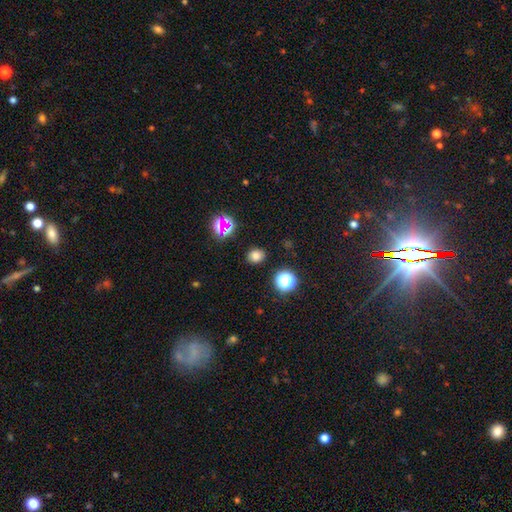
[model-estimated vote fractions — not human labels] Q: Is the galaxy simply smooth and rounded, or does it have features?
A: smooth — 74%.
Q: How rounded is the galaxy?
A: round — 61%.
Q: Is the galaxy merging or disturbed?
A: none — 88%.